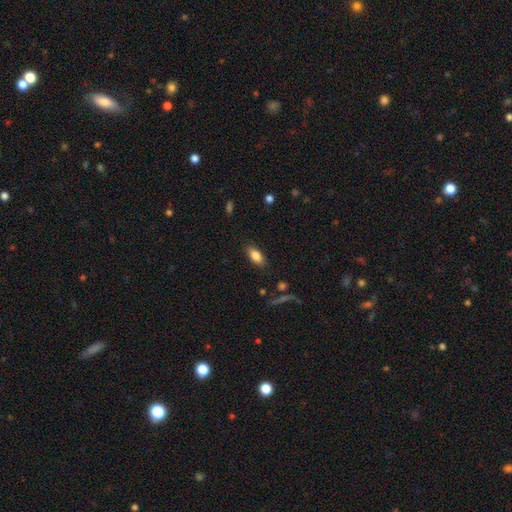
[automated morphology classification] This appears to be a smooth galaxy with no disk features (84%) that is in between round and cigar-shaped (88%). Merging: none (86%).